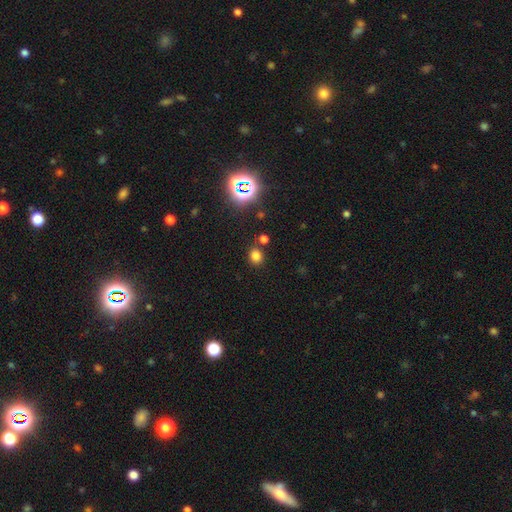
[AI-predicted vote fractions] Smooth or featured? Predicted: smooth (p=0.73). How rounded? Predicted: round (p=0.67). Merging? Predicted: none (p=0.79).